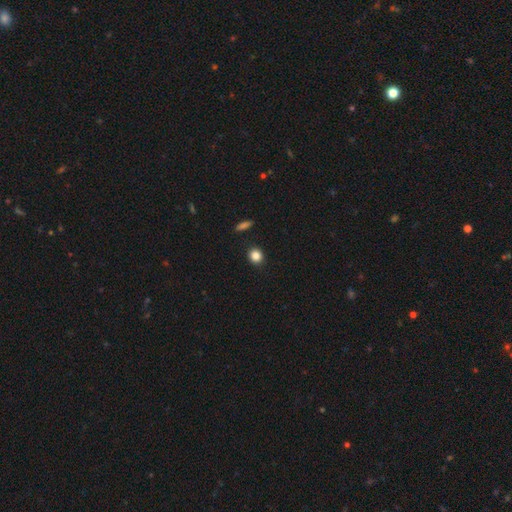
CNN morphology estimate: smooth-or-featured: smooth: 85% | star or artifact: 11% | featured or disk: 4%
  how-rounded: round: 86% | in between: 13% | cigar-shaped: 1%
  merging: none: 91% | minor disturbance: 6% | major disturbance: 2% | merger: 2%